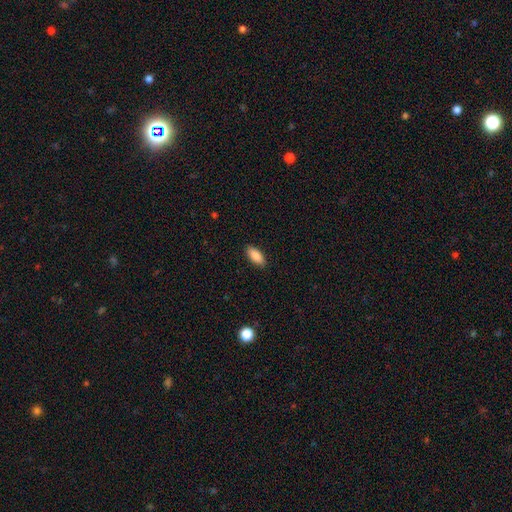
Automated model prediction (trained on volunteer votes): Smooth or featured?
  - smooth: 88% *
  - star or artifact: 6%
  - featured or disk: 5%
How rounded?
  - in between: 86% *
  - cigar-shaped: 12%
  - round: 2%
Merging?
  - none: 89% *
  - minor disturbance: 8%
  - major disturbance: 2%
  - merger: 1%